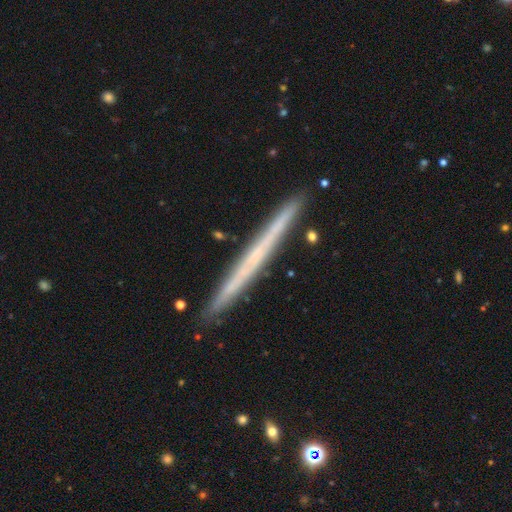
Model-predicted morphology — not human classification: Smooth or featured?
  - featured or disk: 55% *
  - smooth: 38%
  - star or artifact: 7%
Edge-on disk?
  - yes: 97% *
  - no: 3%
Edge-on bulge?
  - none: 92% *
  - rounded: 6%
  - boxy: 2%
Merging?
  - none: 91% *
  - minor disturbance: 7%
  - merger: 1%
  - major disturbance: 1%